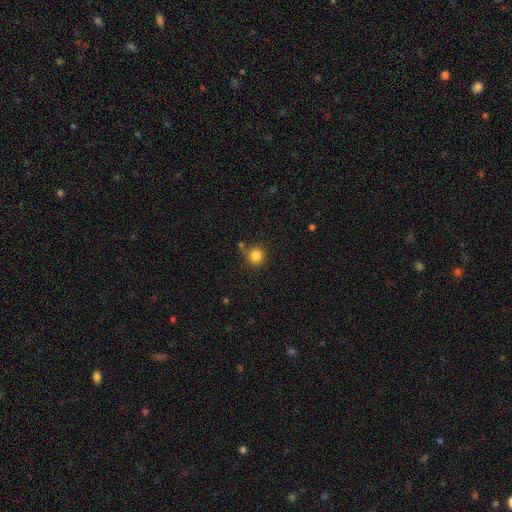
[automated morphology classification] Overall: smooth (84%). How rounded: round (93%). Merging: none (77%).